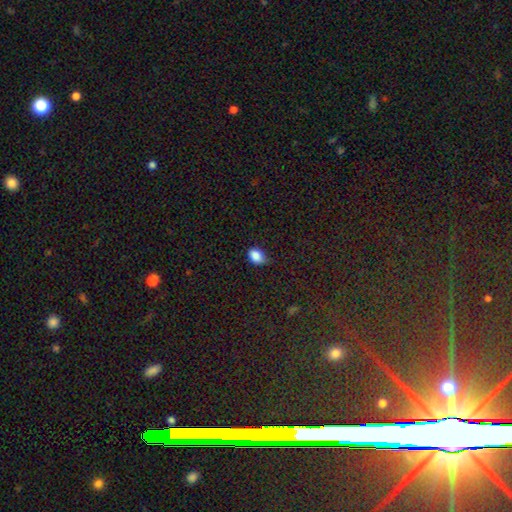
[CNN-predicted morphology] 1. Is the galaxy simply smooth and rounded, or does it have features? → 86% smooth, 9% star or artifact, 5% featured or disk.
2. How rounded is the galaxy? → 79% in between, 20% round, 1% cigar-shaped.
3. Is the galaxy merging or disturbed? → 58% none, 35% minor disturbance, 6% major disturbance, 2% merger.